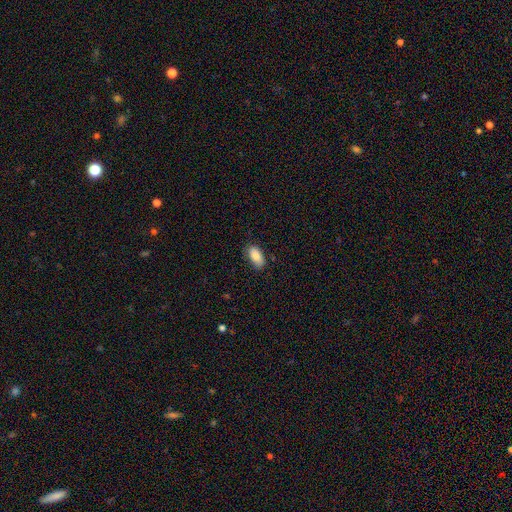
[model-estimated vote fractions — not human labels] Q: Smooth or featured?
A: smooth (87%); runner-up: star or artifact (7%)
Q: How rounded?
A: in between (92%); runner-up: cigar-shaped (5%)
Q: Merging?
A: none (79%); runner-up: minor disturbance (17%)